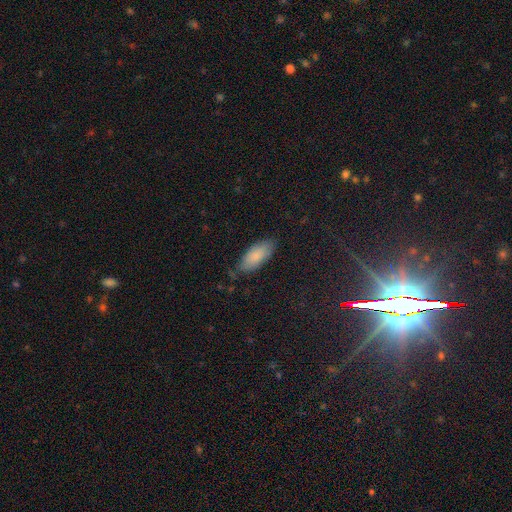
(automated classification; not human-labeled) The model was most divided on "merging": none: 74%, minor disturbance: 20%, major disturbance: 4%, merger: 2%. More confident: smooth or featured — smooth (85%); how rounded — in between (83%).